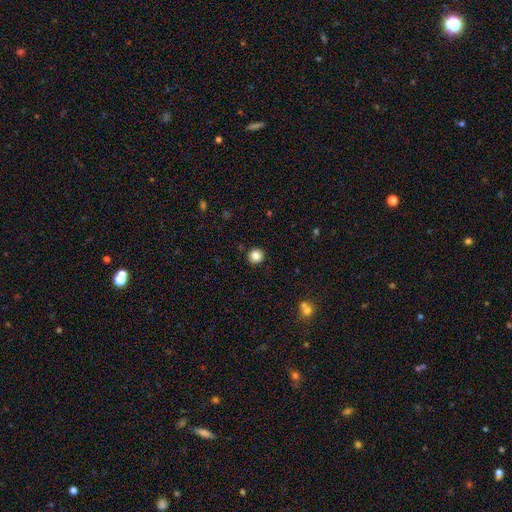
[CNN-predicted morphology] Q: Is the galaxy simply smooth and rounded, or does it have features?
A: smooth — 85%.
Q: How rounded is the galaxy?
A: round — 92%.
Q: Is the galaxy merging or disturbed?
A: none — 92%.